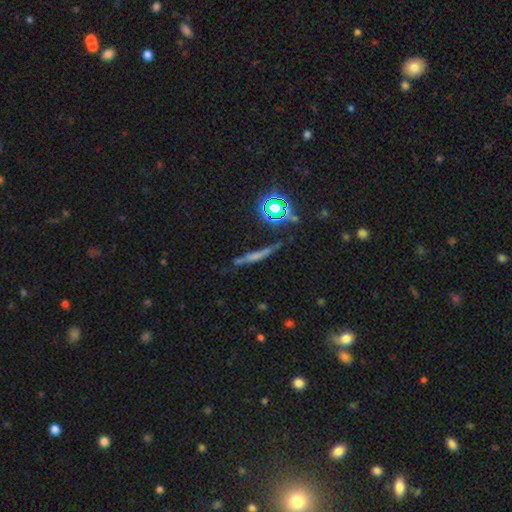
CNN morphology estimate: Q: Smooth or featured?
A: smooth (42%); runner-up: featured or disk (33%)
Q: Merging?
A: none (69%); runner-up: minor disturbance (19%)